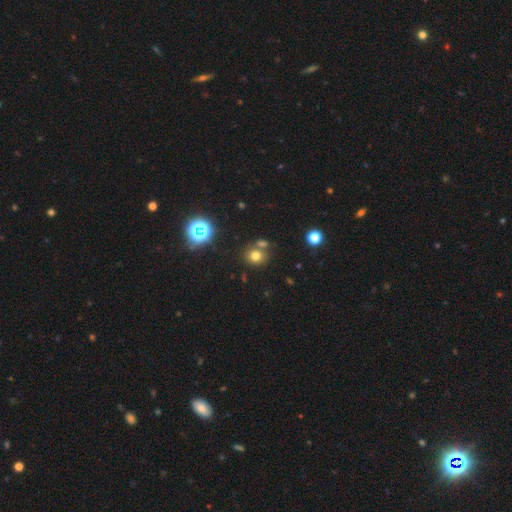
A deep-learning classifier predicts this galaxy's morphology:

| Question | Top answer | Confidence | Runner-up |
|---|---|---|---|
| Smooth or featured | smooth | 71% | star or artifact (19%) |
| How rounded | round | 76% | in between (23%) |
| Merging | none | 64% | merger (23%) |